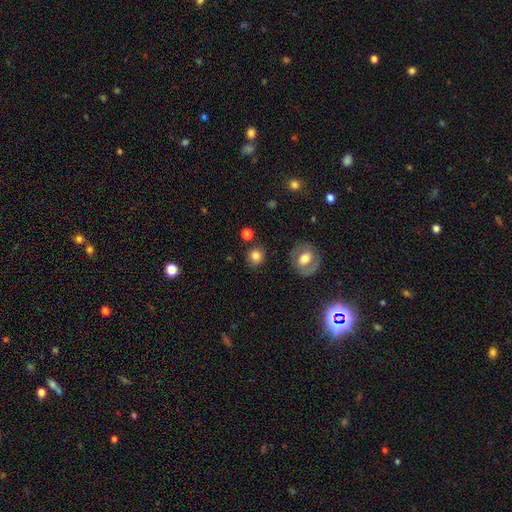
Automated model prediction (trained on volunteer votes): Overall: smooth (81%). How rounded: round (86%). Merging: none (84%).